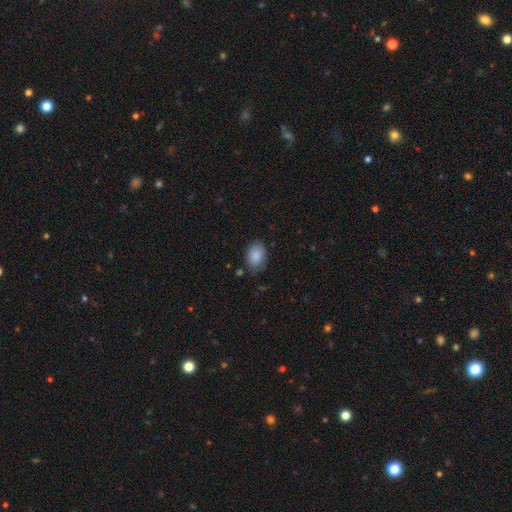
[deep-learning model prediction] Smooth or featured?
  - smooth: 87% *
  - star or artifact: 7%
  - featured or disk: 6%
How rounded?
  - in between: 85% *
  - round: 13%
  - cigar-shaped: 1%
Merging?
  - none: 75% *
  - minor disturbance: 19%
  - major disturbance: 4%
  - merger: 2%